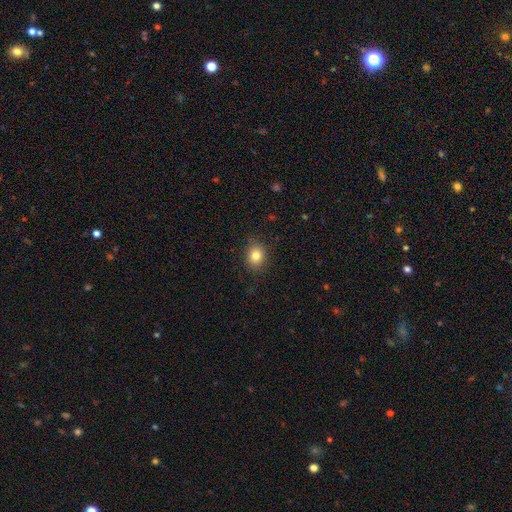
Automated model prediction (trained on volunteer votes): smooth-or-featured: smooth: 81% | star or artifact: 11% | featured or disk: 8%
  how-rounded: round: 57% | in between: 42% | cigar-shaped: 1%
  merging: none: 85% | minor disturbance: 11% | major disturbance: 3% | merger: 1%